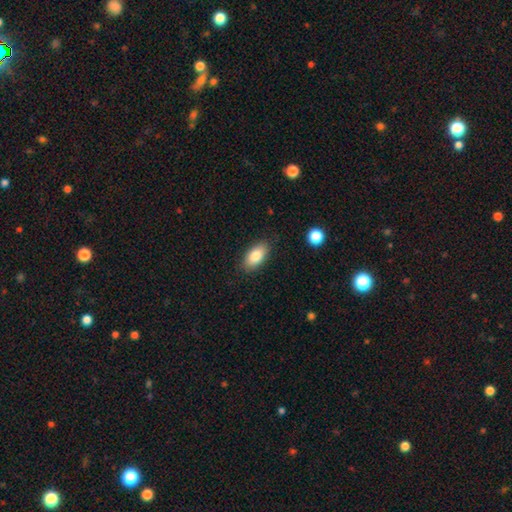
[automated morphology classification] Q: Smooth or featured?
A: smooth (83%); runner-up: featured or disk (10%)
Q: How rounded?
A: in between (91%); runner-up: cigar-shaped (5%)
Q: Merging?
A: none (86%); runner-up: minor disturbance (10%)